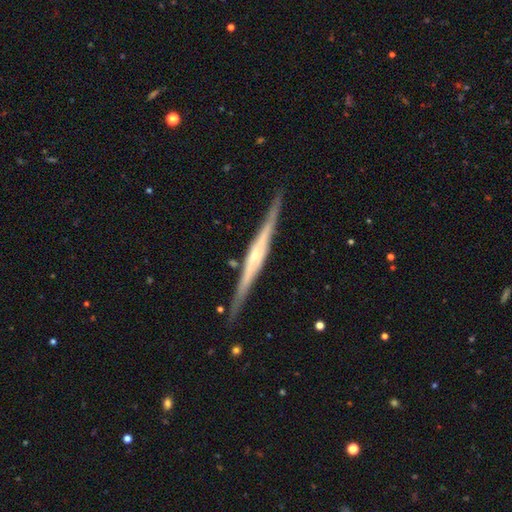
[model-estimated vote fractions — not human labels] Morphology: type=featured or disk (83%); edge-on=yes (98%); edge-on bulge=rounded (55%); merging=none (88%).